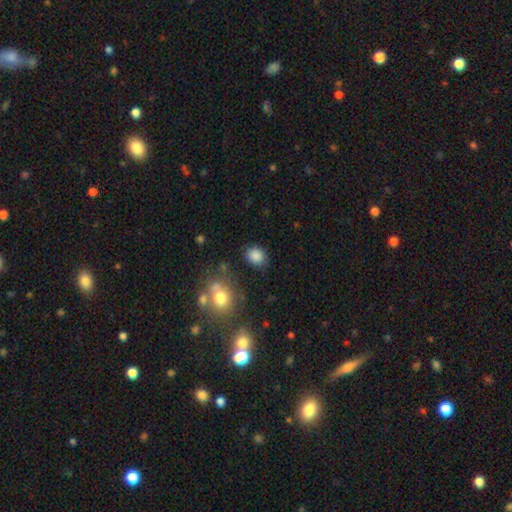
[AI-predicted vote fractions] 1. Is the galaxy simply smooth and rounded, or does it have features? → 84% smooth, 10% star or artifact, 5% featured or disk.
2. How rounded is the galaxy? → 56% round, 43% in between, 1% cigar-shaped.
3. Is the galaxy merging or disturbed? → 78% none, 14% minor disturbance, 5% major disturbance, 4% merger.